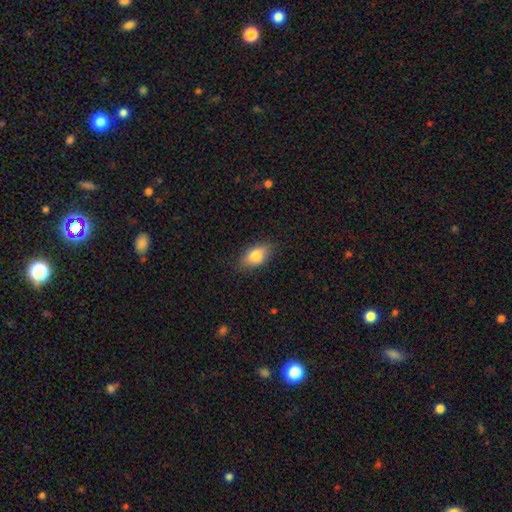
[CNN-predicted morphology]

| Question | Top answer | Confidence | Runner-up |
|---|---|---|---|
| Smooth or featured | smooth | 78% | featured or disk (14%) |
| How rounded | in between | 87% | round (7%) |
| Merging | none | 81% | minor disturbance (15%) |